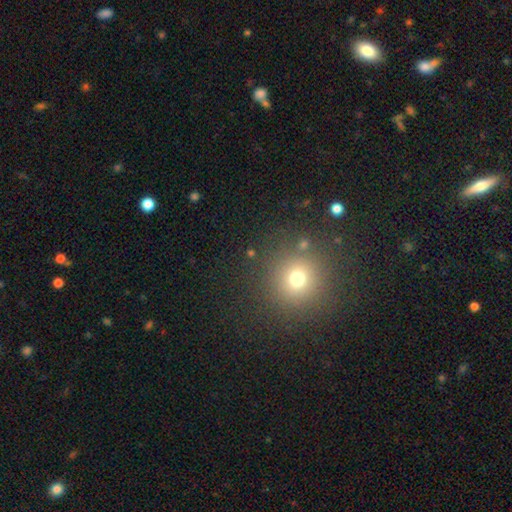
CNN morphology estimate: This is likely a smooth galaxy (62%). How rounded: clearly round (94%). Merging: clearly none (89%).